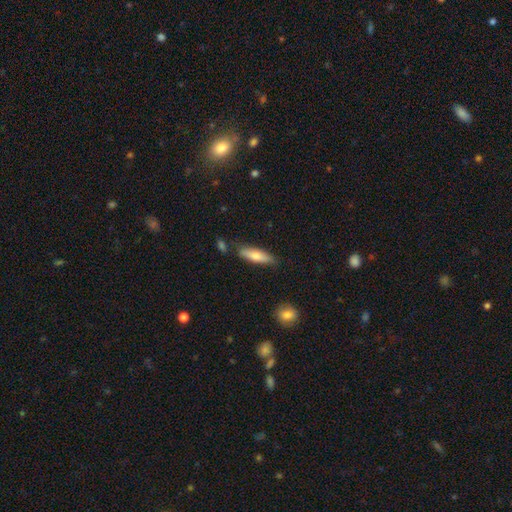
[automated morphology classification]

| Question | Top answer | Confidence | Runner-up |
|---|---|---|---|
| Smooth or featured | smooth | 68% | featured or disk (26%) |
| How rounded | cigar-shaped | 62% | in between (36%) |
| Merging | none | 78% | minor disturbance (15%) |